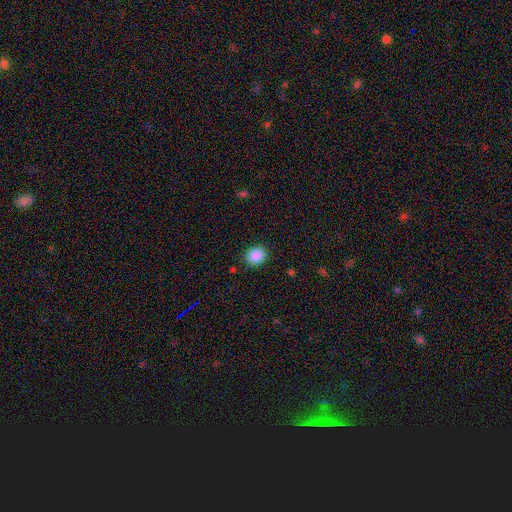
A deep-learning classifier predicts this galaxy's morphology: smooth 88%, star or artifact 9%, featured or disk 3%. Down the decision tree: how rounded — round (64%); merging — none (88%).